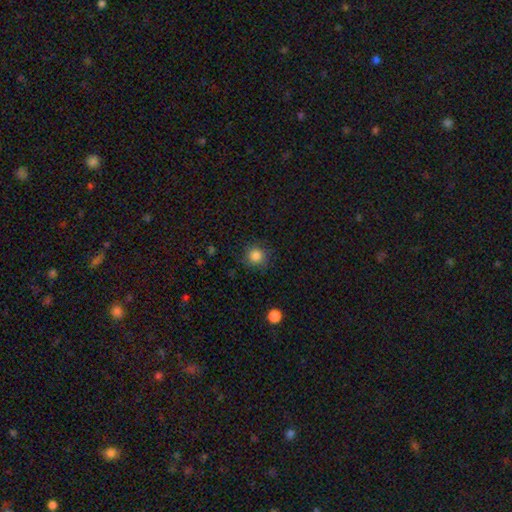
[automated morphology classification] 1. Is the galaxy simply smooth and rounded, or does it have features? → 85% smooth, 11% star or artifact, 4% featured or disk.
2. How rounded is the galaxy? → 91% round, 8% in between, 1% cigar-shaped.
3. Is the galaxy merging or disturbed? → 86% none, 10% minor disturbance, 3% major disturbance, 1% merger.